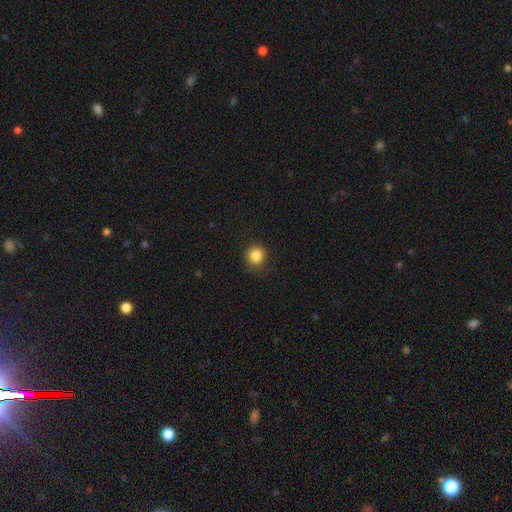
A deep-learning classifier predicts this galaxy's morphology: smooth_or_featured: smooth (p=0.85) [alt: star or artifact p=0.10]
how_rounded: round (p=0.92) [alt: in between p=0.07]
merging: none (p=0.87) [alt: minor disturbance p=0.09]